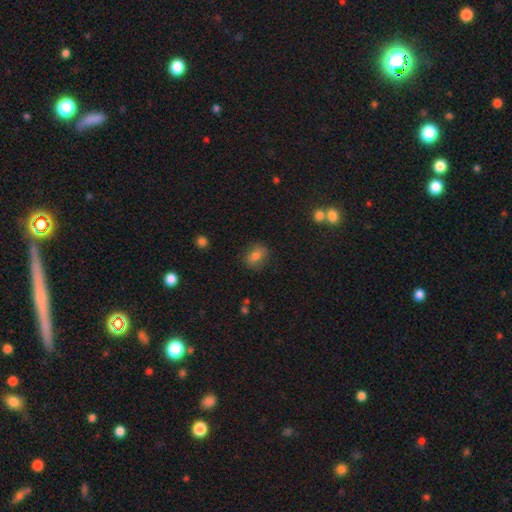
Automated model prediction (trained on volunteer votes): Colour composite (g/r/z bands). It shows a smooth galaxy with no disk features (76%) that is in between round and cigar-shaped (70%). Merging: none (80%).